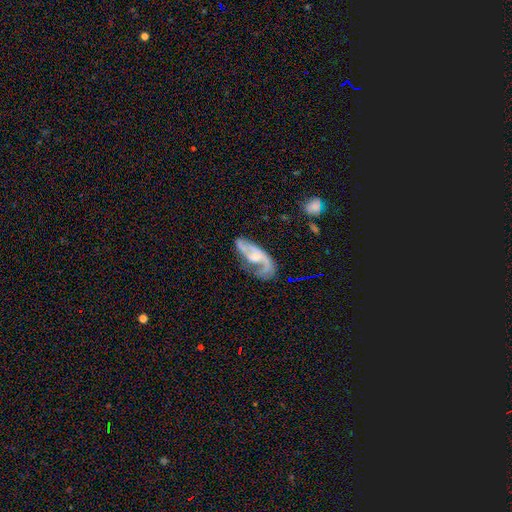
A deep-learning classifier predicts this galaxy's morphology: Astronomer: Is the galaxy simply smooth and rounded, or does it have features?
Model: featured or disk — 79%.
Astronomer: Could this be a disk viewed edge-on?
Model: no — 94%.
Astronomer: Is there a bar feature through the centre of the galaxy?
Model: no — 56% (runner-up: weak, 35%).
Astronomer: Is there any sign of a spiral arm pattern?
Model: yes — 91%.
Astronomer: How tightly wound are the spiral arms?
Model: medium — 45% (runner-up: loose, 36%).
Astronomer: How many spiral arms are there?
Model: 2 — 72%.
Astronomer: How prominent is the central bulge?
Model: small — 43% (runner-up: moderate, 38%).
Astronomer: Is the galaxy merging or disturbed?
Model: none — 49%.